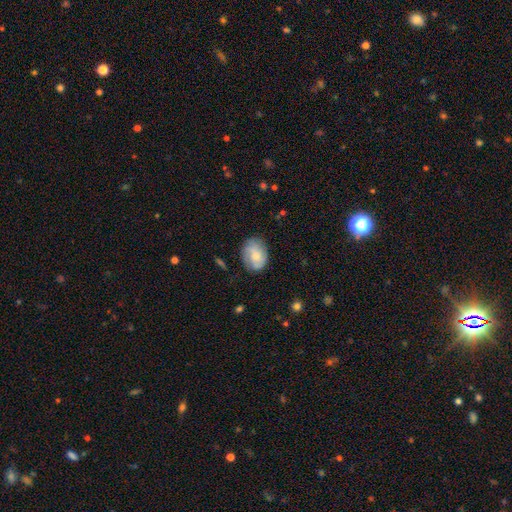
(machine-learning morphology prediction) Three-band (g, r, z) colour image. It shows a smooth galaxy with no disk features (62%) that is in between round and cigar-shaped (70%). Merging: none (72%).